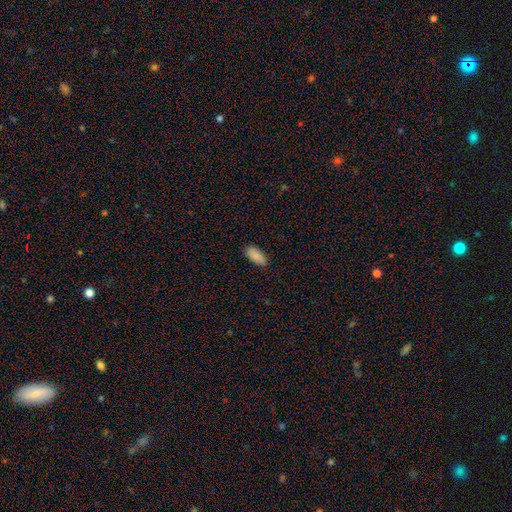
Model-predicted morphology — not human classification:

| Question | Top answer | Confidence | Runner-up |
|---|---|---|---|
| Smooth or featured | smooth | 88% | star or artifact (7%) |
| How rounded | in between | 89% | cigar-shaped (9%) |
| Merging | none | 82% | minor disturbance (15%) |